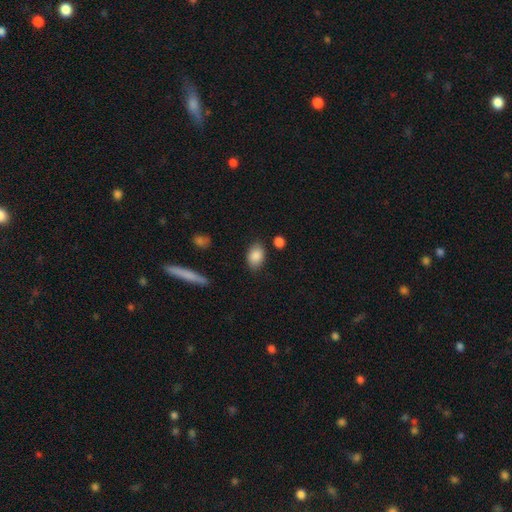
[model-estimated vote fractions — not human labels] Smooth or featured? smooth (87%)
How rounded? in between (84%)
Merging? none (81%)